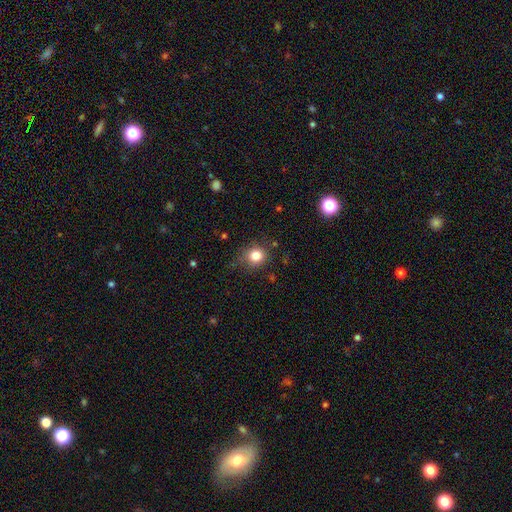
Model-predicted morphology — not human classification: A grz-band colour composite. It shows a smooth galaxy with no disk features (82%) that is round (81%). Merging: none (76%).